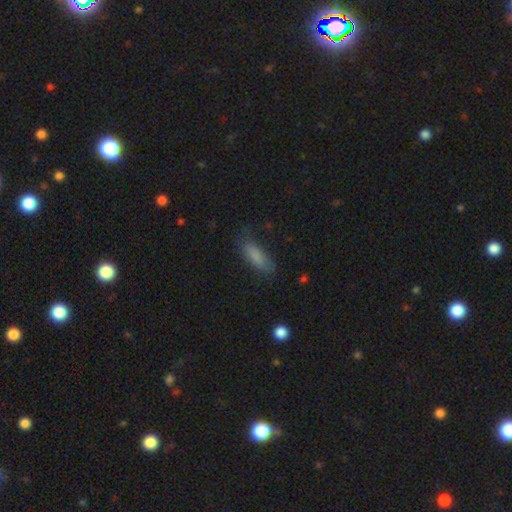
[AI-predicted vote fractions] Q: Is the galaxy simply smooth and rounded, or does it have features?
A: smooth — 82%.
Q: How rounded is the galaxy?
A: in between — 60%.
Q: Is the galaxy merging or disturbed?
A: none — 67%.